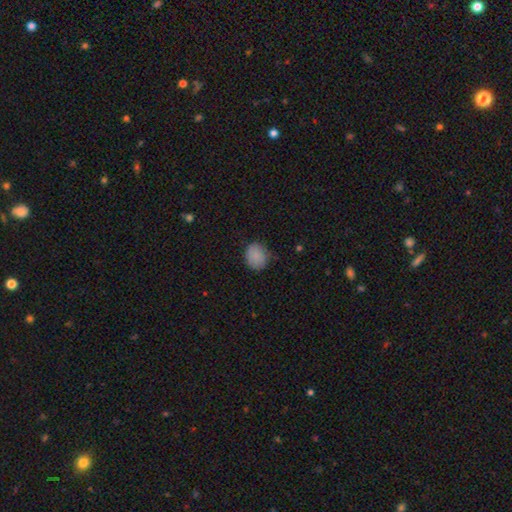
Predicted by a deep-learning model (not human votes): Q: Smooth or featured?
A: smooth (86%); runner-up: star or artifact (8%)
Q: How rounded?
A: round (64%); runner-up: in between (35%)
Q: Merging?
A: none (78%); runner-up: minor disturbance (17%)